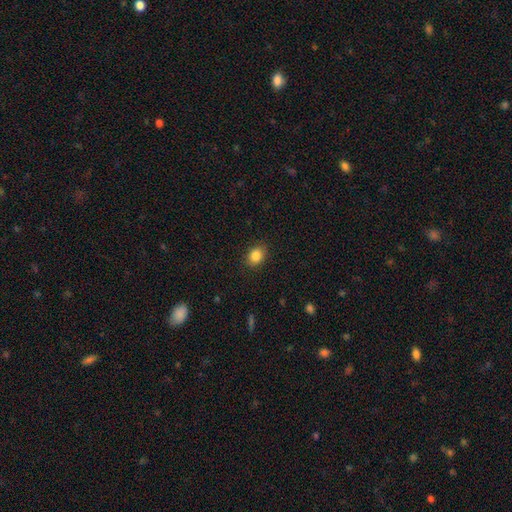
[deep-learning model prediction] This is clearly a smooth galaxy (85%). How rounded: possibly in between (58%). Merging: clearly none (87%).